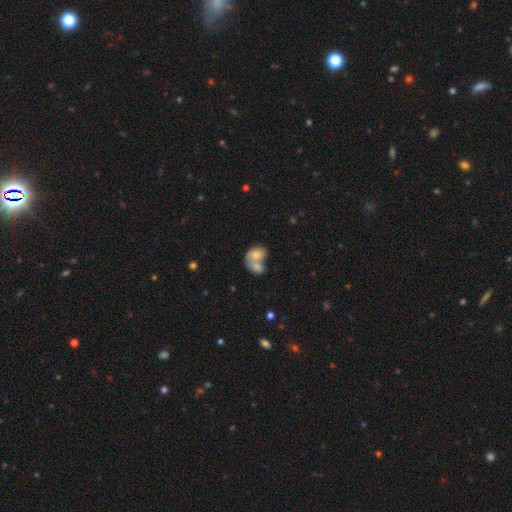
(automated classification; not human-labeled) Smooth or featured?
  - smooth: 72% *
  - featured or disk: 20%
  - star or artifact: 8%
How rounded?
  - in between: 67% *
  - round: 31%
  - cigar-shaped: 1%
Merging?
  - merger: 75% *
  - none: 14%
  - minor disturbance: 6%
  - major disturbance: 5%